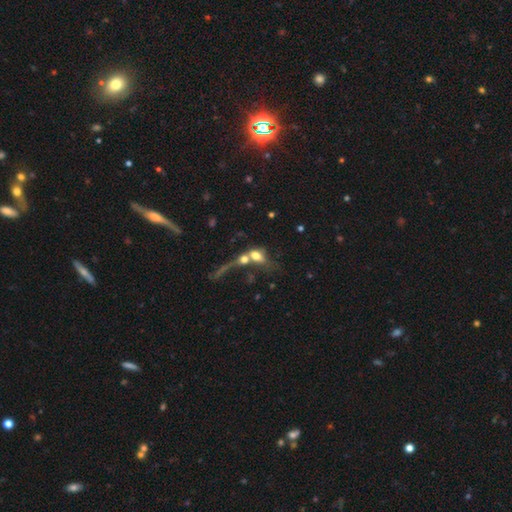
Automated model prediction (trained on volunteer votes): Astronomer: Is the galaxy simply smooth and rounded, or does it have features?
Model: smooth — 60%.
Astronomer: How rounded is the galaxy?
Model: in between — 64%.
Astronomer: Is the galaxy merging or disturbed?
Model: merger — 63%.